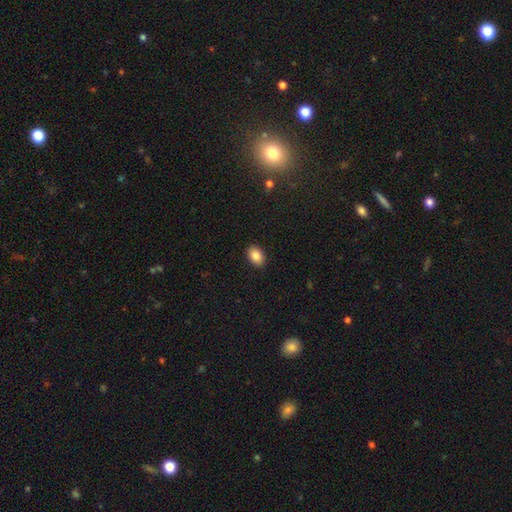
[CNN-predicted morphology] Overall: smooth (87%). How rounded: in between (85%). Merging: none (90%).